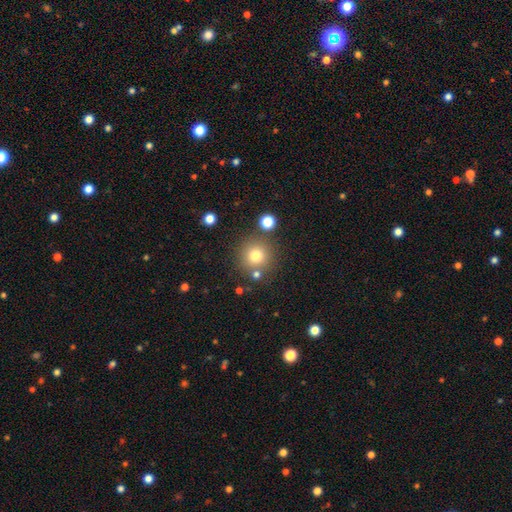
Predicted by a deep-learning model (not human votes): Smooth or featured?
  - smooth: 77% *
  - star or artifact: 13%
  - featured or disk: 9%
How rounded?
  - round: 94% *
  - in between: 5%
  - cigar-shaped: 1%
Merging?
  - none: 80% *
  - minor disturbance: 9%
  - merger: 8%
  - major disturbance: 3%